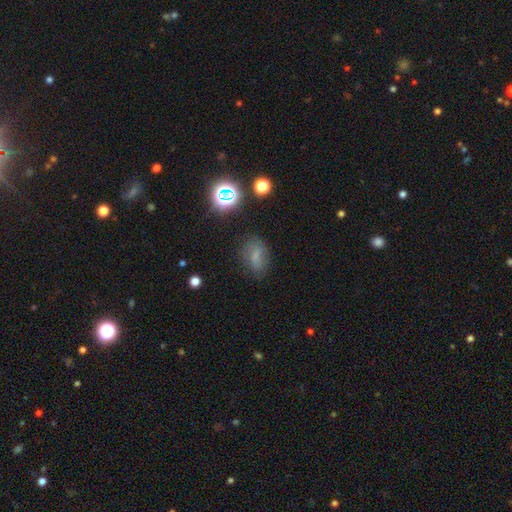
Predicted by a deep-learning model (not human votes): Smooth or featured: smooth — 64% (star or artifact — 19%)
How rounded: in between — 79% (round — 17%)
Merging: none — 72% (minor disturbance — 19%)